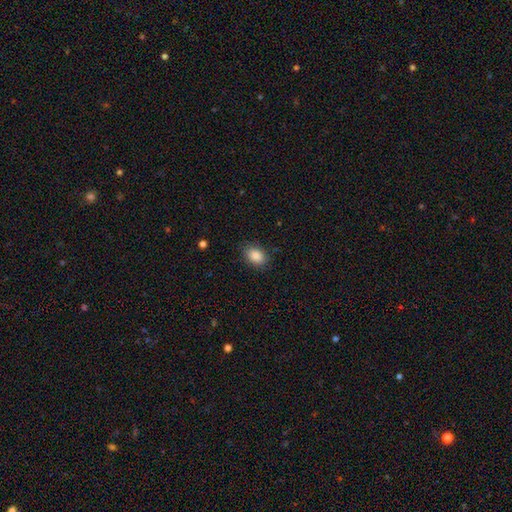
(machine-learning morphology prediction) type=smooth (86%); roundness=in between (76%); merging=none (83%).